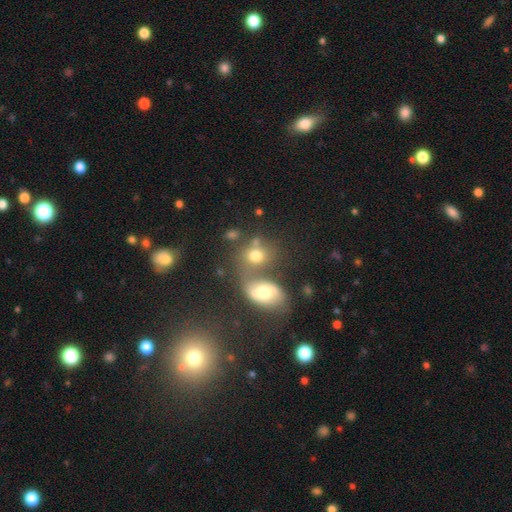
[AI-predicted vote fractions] Smooth or featured: smooth — 67% (featured or disk — 21%)
How rounded: round — 52% (in between — 47%)
Merging: merger — 43% (none — 38%)